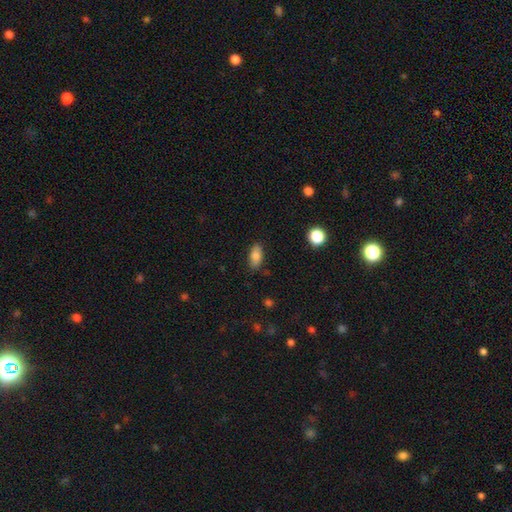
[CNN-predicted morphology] Q: Smooth or featured?
A: smooth (81%); runner-up: featured or disk (11%)
Q: How rounded?
A: in between (88%); runner-up: cigar-shaped (8%)
Q: Merging?
A: none (85%); runner-up: minor disturbance (12%)